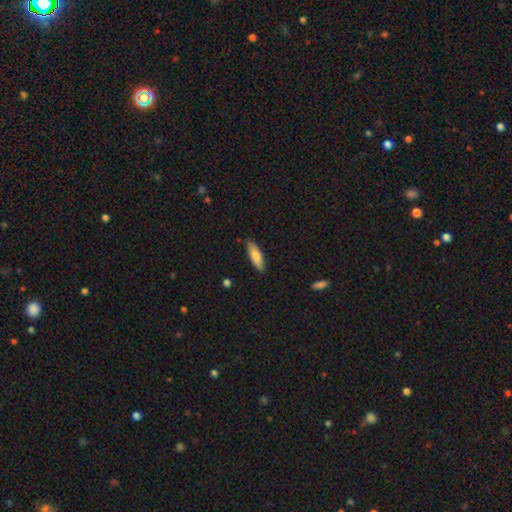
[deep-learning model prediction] Smooth or featured?
  - smooth: 78% *
  - featured or disk: 16%
  - star or artifact: 6%
How rounded?
  - in between: 51% *
  - cigar-shaped: 47%
  - round: 2%
Merging?
  - none: 86% *
  - minor disturbance: 11%
  - major disturbance: 2%
  - merger: 1%